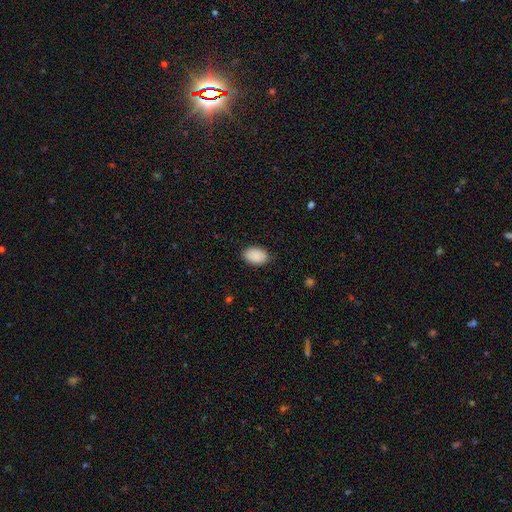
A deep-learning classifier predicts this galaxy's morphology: smooth_or_featured: smooth (p=0.90) [alt: star or artifact p=0.06]
how_rounded: in between (p=0.90) [alt: round p=0.09]
merging: none (p=0.83) [alt: minor disturbance p=0.13]